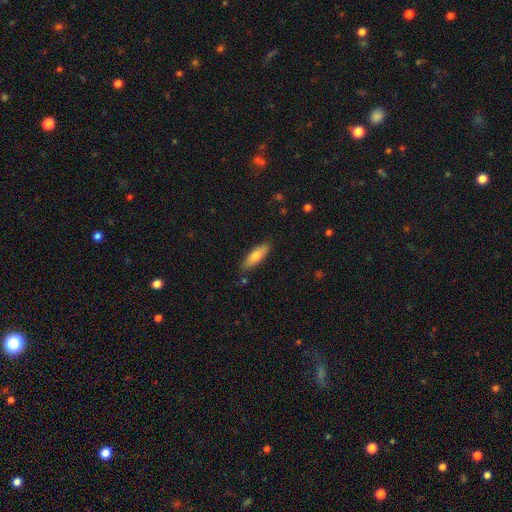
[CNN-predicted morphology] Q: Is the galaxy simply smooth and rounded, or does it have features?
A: smooth — 76%.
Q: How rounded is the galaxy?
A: in between — 52%.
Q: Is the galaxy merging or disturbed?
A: none — 84%.